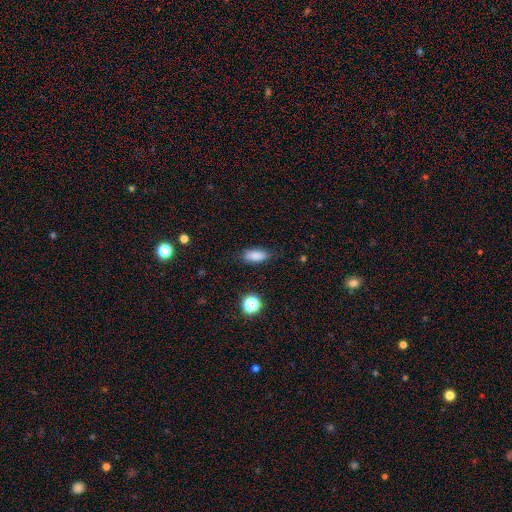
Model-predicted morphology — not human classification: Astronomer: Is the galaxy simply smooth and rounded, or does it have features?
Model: smooth — 83%.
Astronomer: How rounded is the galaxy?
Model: in between — 82%.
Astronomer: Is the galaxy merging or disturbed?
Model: none — 81%.